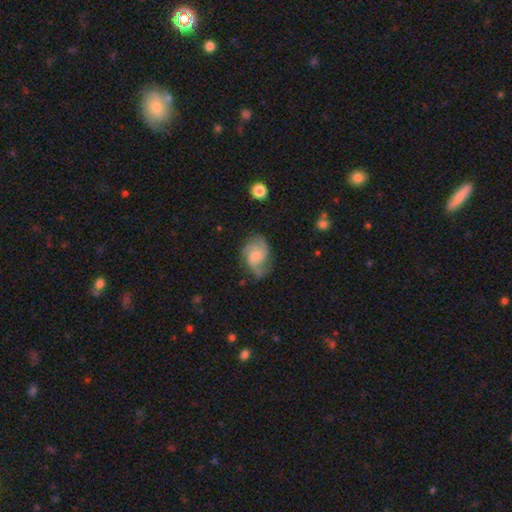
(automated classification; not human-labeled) Morphology: type=featured or disk (70%); edge-on=no (97%); bar=no (62%); spiral arms=yes (93%); winding=medium (48%); arm count=3 (36%); bulge=small (40%); merging=none (63%).